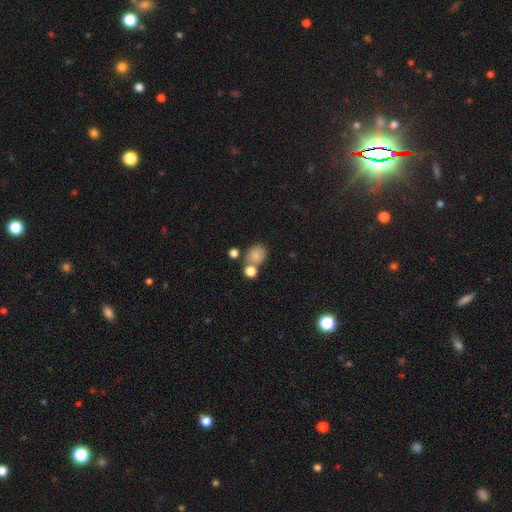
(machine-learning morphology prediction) A smooth galaxy with no disk features (80%) that is round (70%). Merging: none (57%).